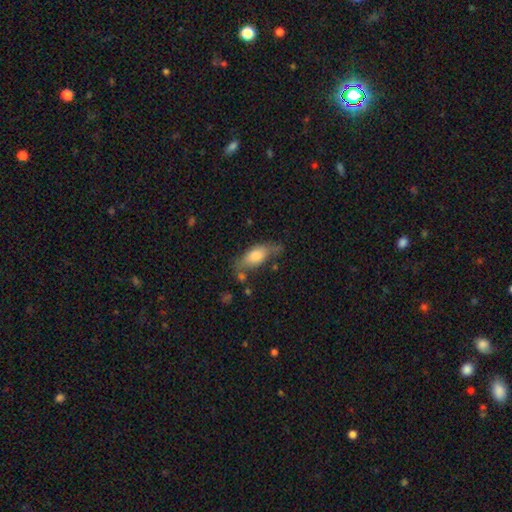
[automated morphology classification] Q: Smooth or featured?
A: smooth (68%); runner-up: featured or disk (25%)
Q: How rounded?
A: in between (78%); runner-up: cigar-shaped (18%)
Q: Merging?
A: none (54%); runner-up: minor disturbance (28%)